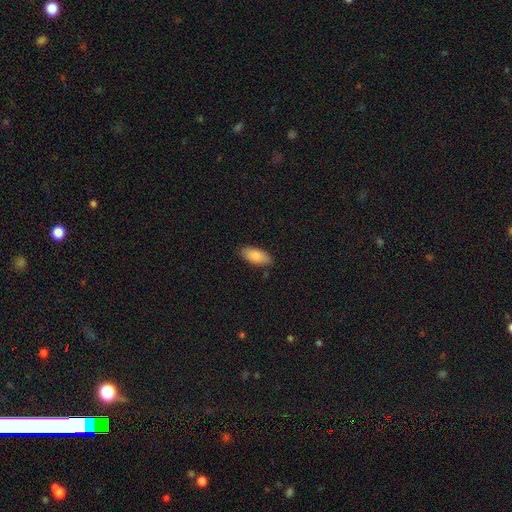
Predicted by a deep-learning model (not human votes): Q: Smooth or featured?
A: smooth (84%); runner-up: featured or disk (10%)
Q: How rounded?
A: in between (88%); runner-up: cigar-shaped (10%)
Q: Merging?
A: none (83%); runner-up: minor disturbance (13%)